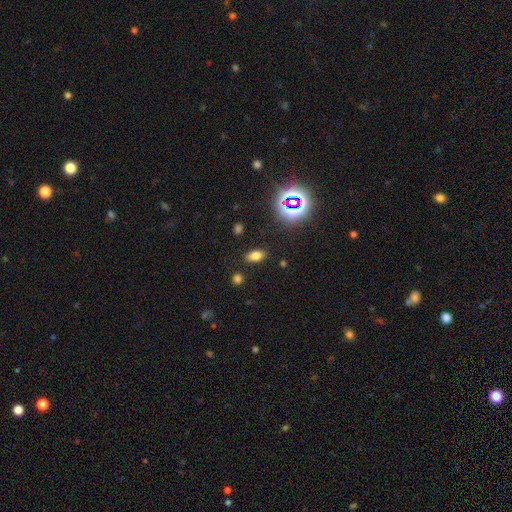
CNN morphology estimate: type=smooth (72%); roundness=in between (87%); merging=none (86%).